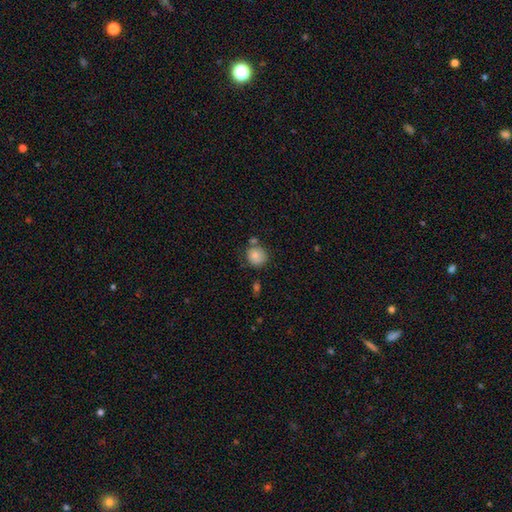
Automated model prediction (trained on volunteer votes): A smooth galaxy with no disk features (82%) that is round (87%).

Vote fractions:
- Smooth or featured? smooth: 82% / star or artifact: 9% / featured or disk: 9%
- How rounded? round: 87% / in between: 12% / cigar-shaped: 1%
- Merging? none: 68% / minor disturbance: 16% / merger: 13% / major disturbance: 4%